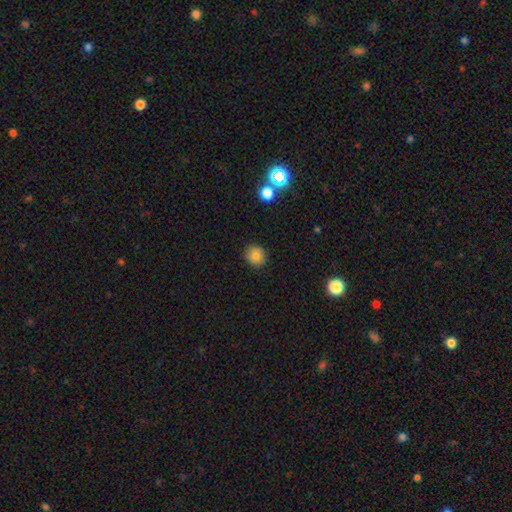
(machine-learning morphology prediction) smooth-or-featured: smooth: 80% | star or artifact: 11% | featured or disk: 8%
  how-rounded: round: 84% | in between: 16% | cigar-shaped: 1%
  merging: none: 89% | minor disturbance: 8% | major disturbance: 2% | merger: 1%